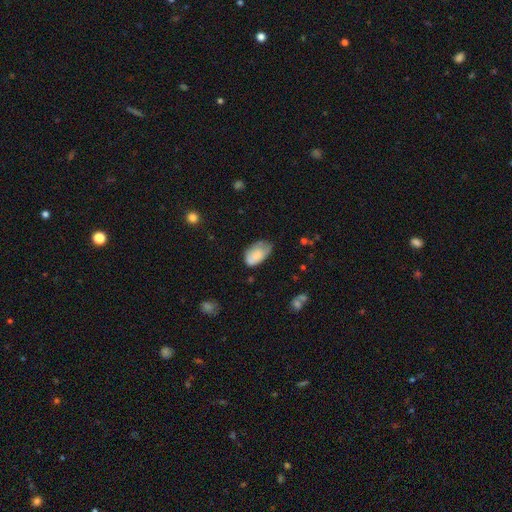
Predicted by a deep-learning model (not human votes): Overall: smooth (78%). How rounded: in between (93%). Merging: none (44%; minor disturbance 41%).